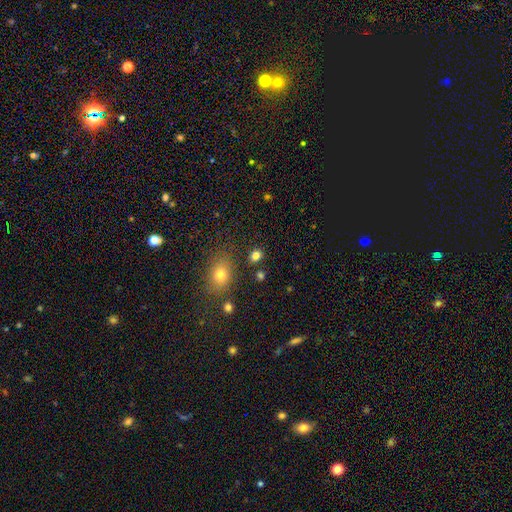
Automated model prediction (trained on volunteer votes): Q: Smooth or featured?
A: smooth (81%); runner-up: star or artifact (13%)
Q: How rounded?
A: round (53%); runner-up: in between (46%)
Q: Merging?
A: none (83%); runner-up: minor disturbance (9%)